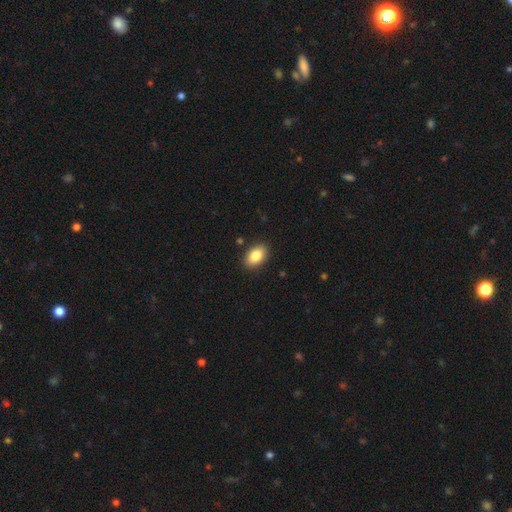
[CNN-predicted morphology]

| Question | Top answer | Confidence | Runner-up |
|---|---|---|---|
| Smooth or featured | smooth | 86% | star or artifact (7%) |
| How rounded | in between | 90% | round (9%) |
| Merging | none | 89% | minor disturbance (8%) |